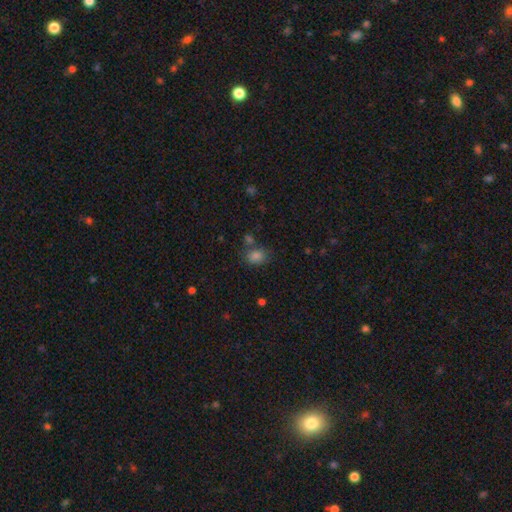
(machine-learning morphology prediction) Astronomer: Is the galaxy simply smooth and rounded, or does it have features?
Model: smooth — 78%.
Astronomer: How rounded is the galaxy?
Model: in between — 56% (runner-up: round, 43%).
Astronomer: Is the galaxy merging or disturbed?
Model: none — 66%.